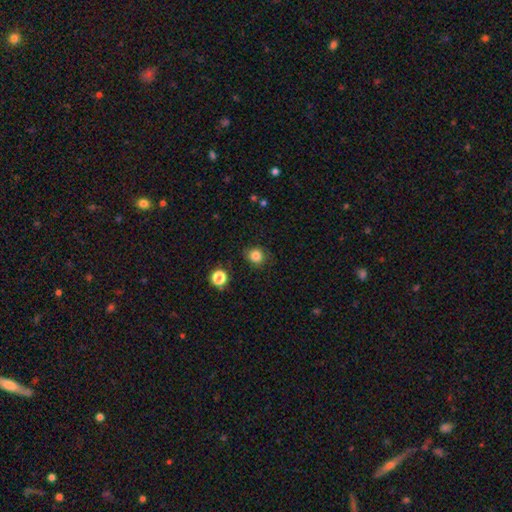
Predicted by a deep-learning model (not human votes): Smooth or featured?
  - smooth: 83% *
  - star or artifact: 12%
  - featured or disk: 5%
How rounded?
  - round: 80% *
  - in between: 19%
  - cigar-shaped: 1%
Merging?
  - none: 84% *
  - minor disturbance: 12%
  - major disturbance: 3%
  - merger: 2%